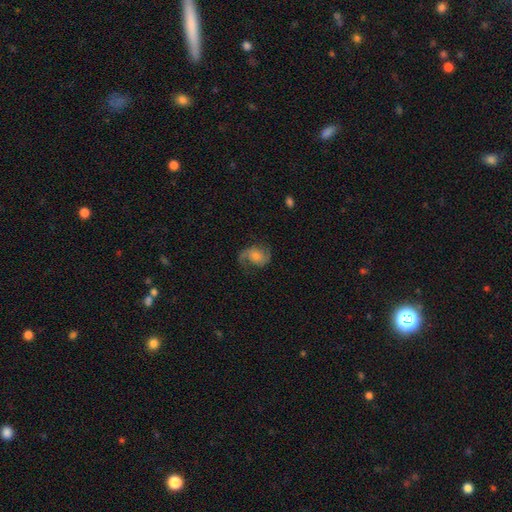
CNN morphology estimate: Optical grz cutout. It shows a featured or disk galaxy (77%) with no bar (62%), 2 (84%) medium (46%) spiral arms (95%) and a moderate central bulge (35%). Merging: none (70%).